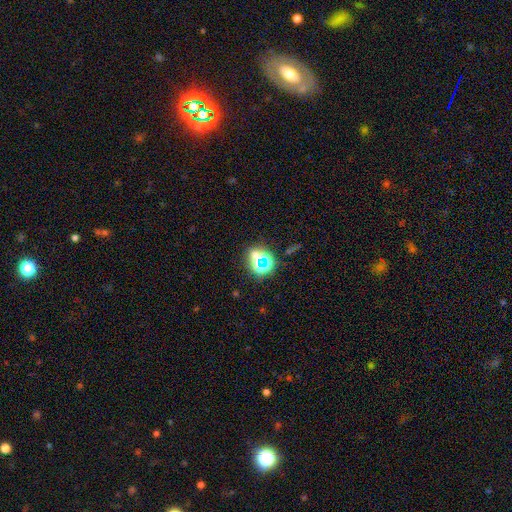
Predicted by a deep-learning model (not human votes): Smooth or featured: star or artifact — 61% (smooth — 26%)